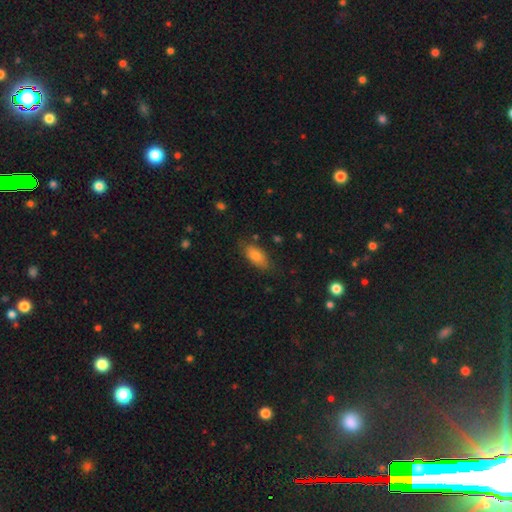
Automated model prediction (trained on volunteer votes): Smooth or featured: smooth — 76% (featured or disk — 16%)
How rounded: in between — 87% (cigar-shaped — 9%)
Merging: none — 76% (minor disturbance — 18%)